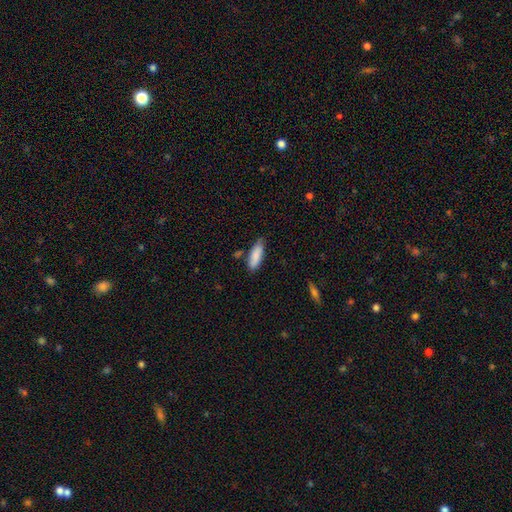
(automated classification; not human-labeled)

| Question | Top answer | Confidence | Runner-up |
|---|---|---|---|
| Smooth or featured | smooth | 87% | featured or disk (7%) |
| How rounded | in between | 61% | cigar-shaped (38%) |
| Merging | none | 71% | minor disturbance (21%) |